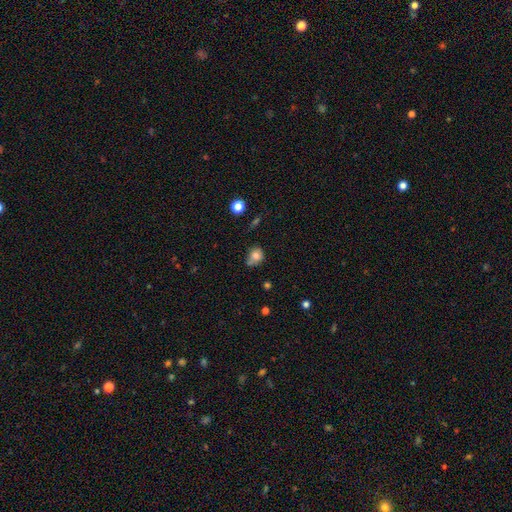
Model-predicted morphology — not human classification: smooth-or-featured: smooth: 76% | featured or disk: 12% | star or artifact: 11%
  how-rounded: round: 61% | in between: 38% | cigar-shaped: 1%
  merging: none: 51% | minor disturbance: 31% | merger: 10% | major disturbance: 8%